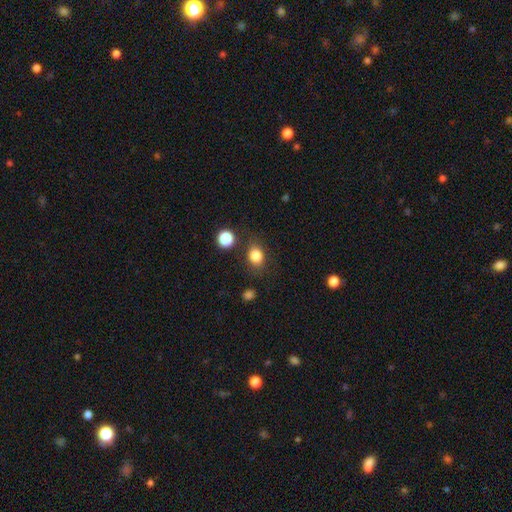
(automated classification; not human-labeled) The model was most divided on "how rounded": round: 50%, in between: 49%, cigar-shaped: 1%. More confident: smooth or featured — smooth (83%); merging — none (77%).